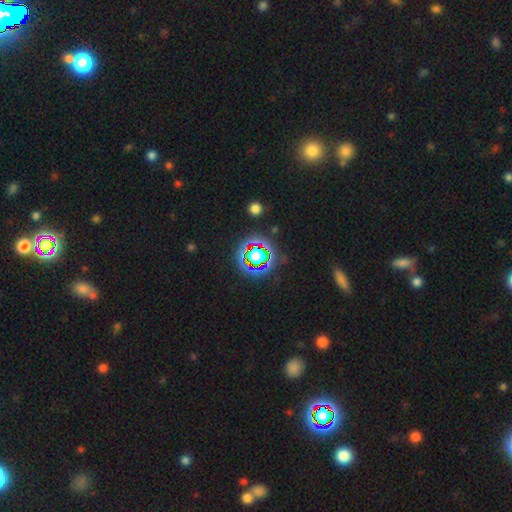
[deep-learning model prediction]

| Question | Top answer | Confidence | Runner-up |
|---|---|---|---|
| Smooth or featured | star or artifact | 58% | smooth (26%) |